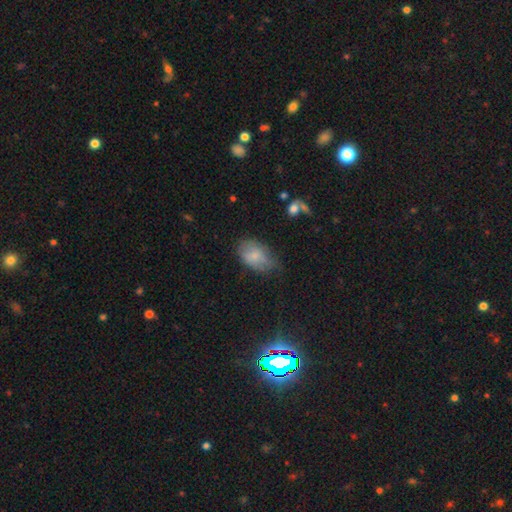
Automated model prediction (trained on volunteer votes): A smooth galaxy with no disk features (74%) that is in between round and cigar-shaped (89%).

Vote fractions:
- Smooth or featured? smooth: 74% / featured or disk: 17% / star or artifact: 9%
- How rounded? in between: 89% / round: 9% / cigar-shaped: 2%
- Merging? none: 46% / minor disturbance: 38% / major disturbance: 13% / merger: 3%